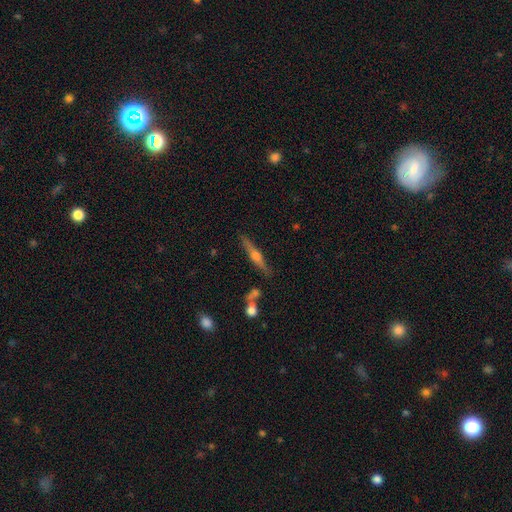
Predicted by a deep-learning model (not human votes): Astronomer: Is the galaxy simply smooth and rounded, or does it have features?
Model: featured or disk — 75%.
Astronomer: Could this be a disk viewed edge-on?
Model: yes — 97%.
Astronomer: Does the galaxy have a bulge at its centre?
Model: rounded — 90%.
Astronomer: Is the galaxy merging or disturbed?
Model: none — 84%.